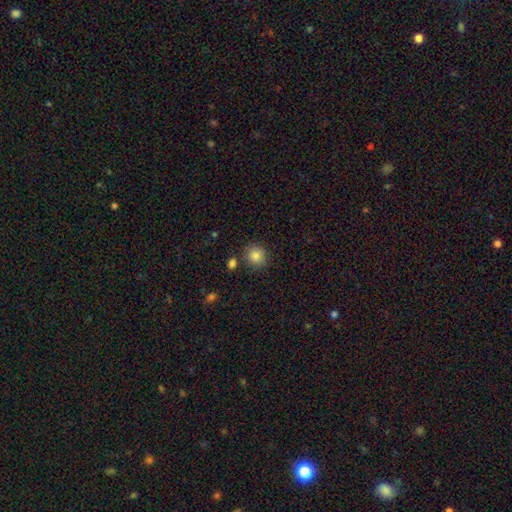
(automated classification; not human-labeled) Smooth or featured? Predicted: smooth (p=0.85). How rounded? Predicted: round (p=0.89). Merging? Predicted: none (p=0.84).